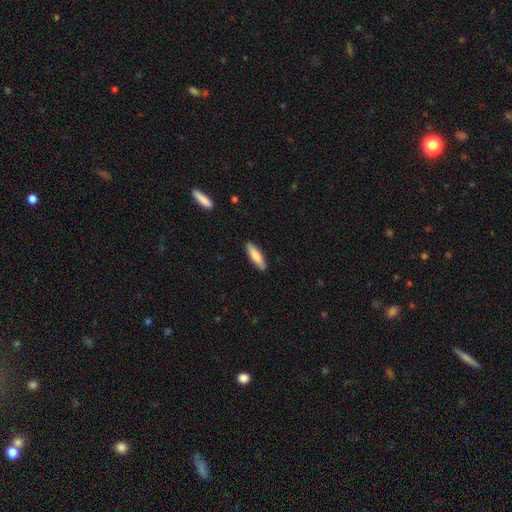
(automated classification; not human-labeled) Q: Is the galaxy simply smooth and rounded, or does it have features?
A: smooth — 79%.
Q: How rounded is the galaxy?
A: cigar-shaped — 62%.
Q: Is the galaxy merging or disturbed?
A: none — 88%.